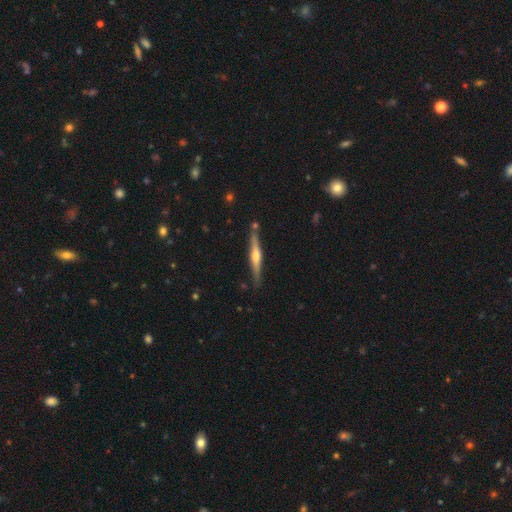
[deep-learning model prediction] Q: Smooth or featured?
A: featured or disk (73%); runner-up: smooth (21%)
Q: Edge-on disk?
A: yes (98%); runner-up: no (2%)
Q: Edge-on bulge?
A: rounded (84%); runner-up: boxy (9%)
Q: Merging?
A: none (85%); runner-up: minor disturbance (9%)